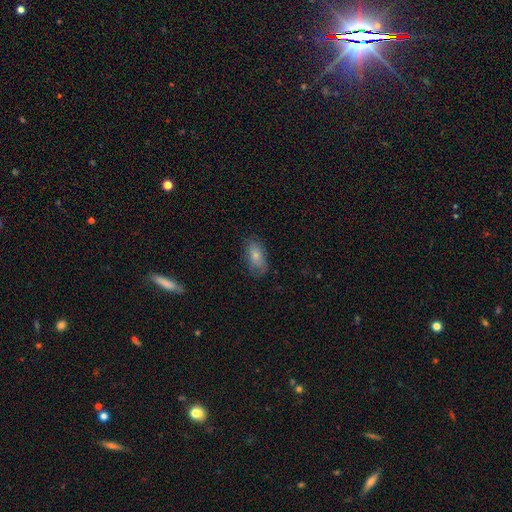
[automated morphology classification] A smooth galaxy with no disk features (77%) that is in between round and cigar-shaped (90%). Merging: none (73%).